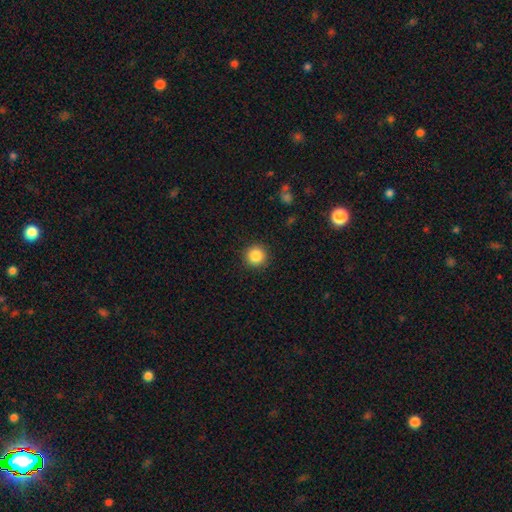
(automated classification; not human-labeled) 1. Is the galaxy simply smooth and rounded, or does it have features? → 86% smooth, 10% star or artifact, 4% featured or disk.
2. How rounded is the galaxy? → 95% round, 4% in between, 1% cigar-shaped.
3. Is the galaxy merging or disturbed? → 92% none, 5% minor disturbance, 2% major disturbance, 1% merger.